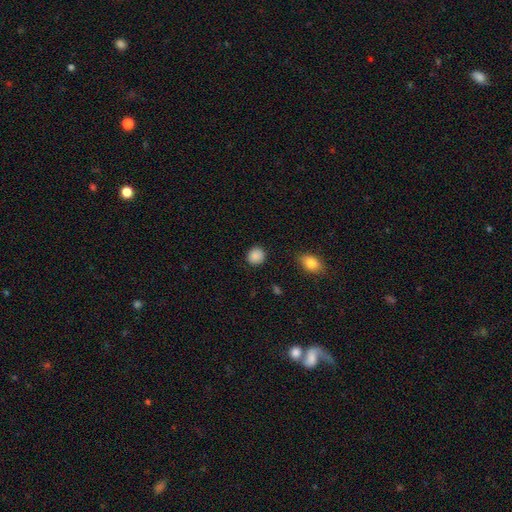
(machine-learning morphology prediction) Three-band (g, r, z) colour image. It shows a smooth galaxy with no disk features (88%) that is round (87%). Merging: none (89%).